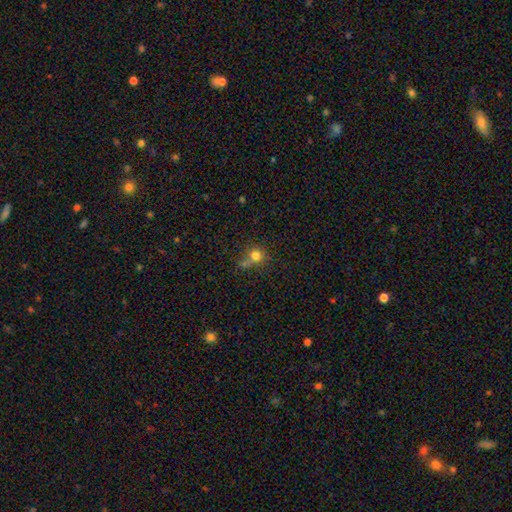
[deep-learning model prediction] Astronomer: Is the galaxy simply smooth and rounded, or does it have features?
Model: smooth — 77%.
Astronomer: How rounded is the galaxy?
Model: round — 87%.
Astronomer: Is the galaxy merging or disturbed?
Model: none — 53%.